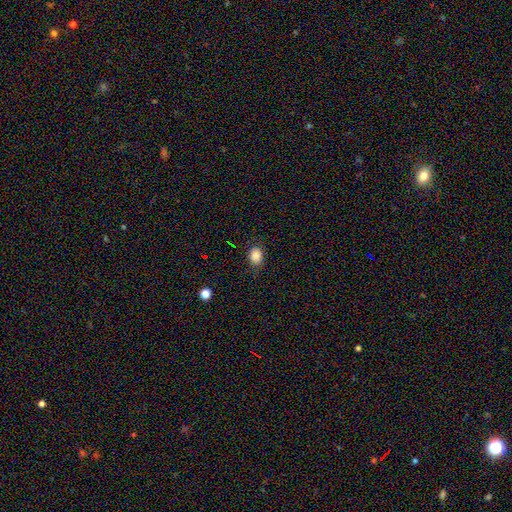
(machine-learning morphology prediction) A smooth galaxy with no disk features (85%) that is in between round and cigar-shaped (58%).

Vote fractions:
- Smooth or featured? smooth: 85% / star or artifact: 10% / featured or disk: 5%
- How rounded? in between: 58% / round: 41% / cigar-shaped: 1%
- Merging? none: 81% / minor disturbance: 14% / major disturbance: 4% / merger: 1%